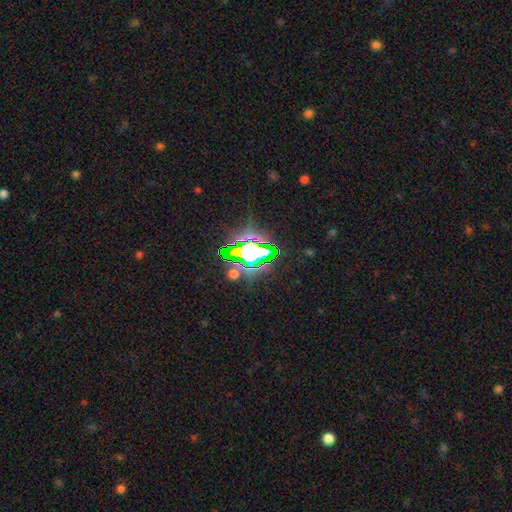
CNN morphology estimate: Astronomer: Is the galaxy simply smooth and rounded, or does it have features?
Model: star or artifact — 71%.